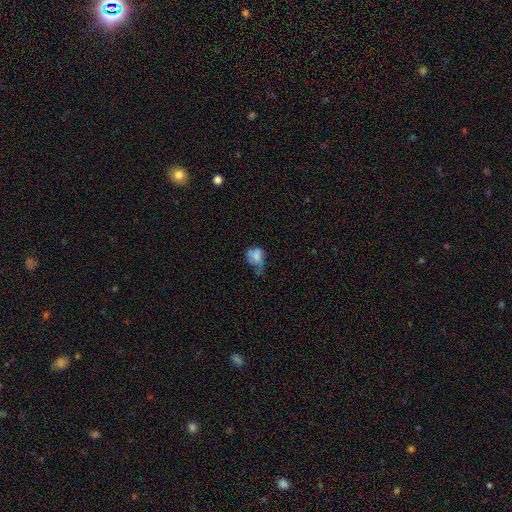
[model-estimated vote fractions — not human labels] Smooth or featured?
  - smooth: 67% *
  - featured or disk: 22%
  - star or artifact: 12%
How rounded?
  - in between: 65% *
  - round: 33%
  - cigar-shaped: 1%
Merging?
  - major disturbance: 38% *
  - minor disturbance: 34%
  - none: 22%
  - merger: 6%